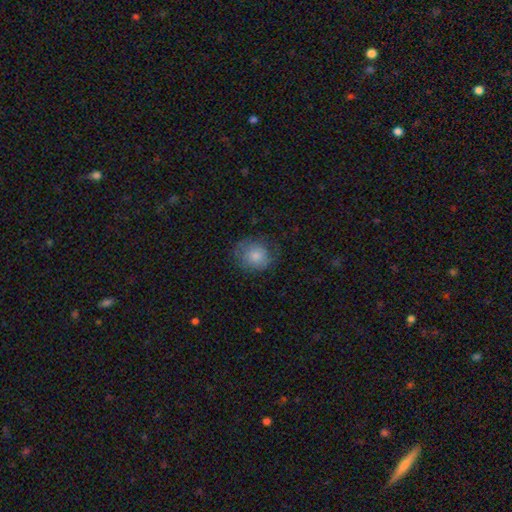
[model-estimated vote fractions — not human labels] Smooth or featured? Predicted: smooth (p=0.73). How rounded? Predicted: round (p=0.79). Merging? Predicted: none (p=0.64).